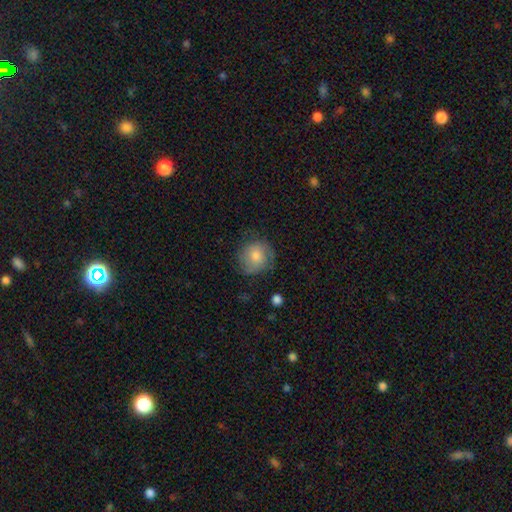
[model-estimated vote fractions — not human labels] Smooth or featured? Predicted: smooth (p=0.66). How rounded? Predicted: round (p=0.87). Merging? Predicted: none (p=0.73).